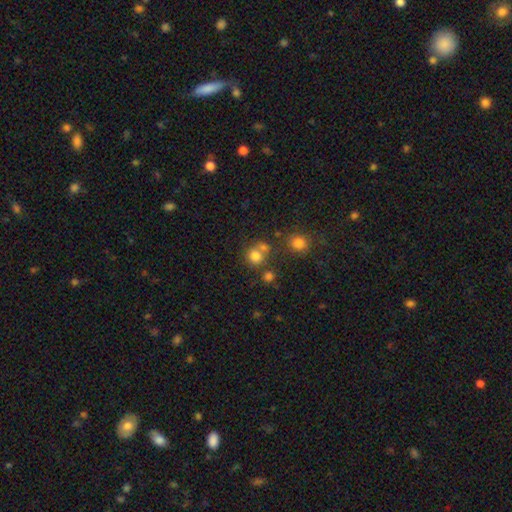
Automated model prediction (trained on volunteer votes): smooth-or-featured: smooth: 76% | star or artifact: 15% | featured or disk: 8%
  how-rounded: round: 84% | in between: 15% | cigar-shaped: 1%
  merging: none: 58% | merger: 28% | minor disturbance: 9% | major disturbance: 5%